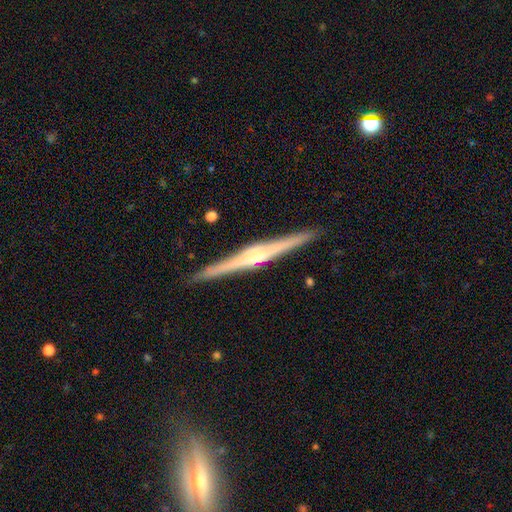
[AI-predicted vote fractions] Q: Smooth or featured?
A: featured or disk (83%); runner-up: smooth (12%)
Q: Edge-on disk?
A: yes (99%); runner-up: no (1%)
Q: Edge-on bulge?
A: rounded (65%); runner-up: boxy (23%)
Q: Merging?
A: none (92%); runner-up: minor disturbance (6%)